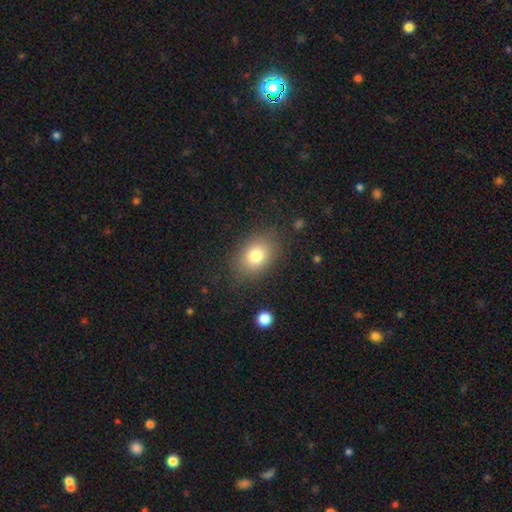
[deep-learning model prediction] smooth 79%, star or artifact 11%, featured or disk 10%. Down the decision tree: how rounded — in between (69%); merging — none (82%).